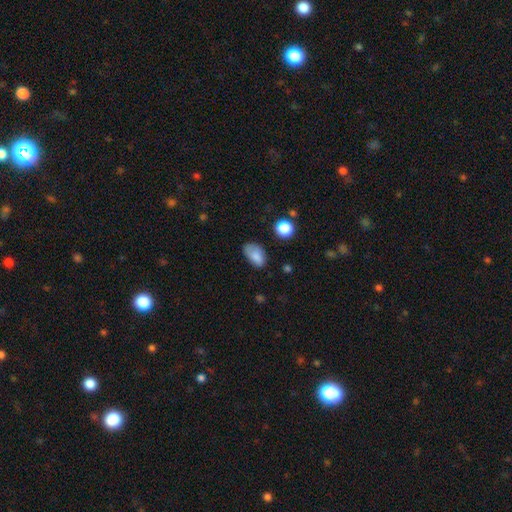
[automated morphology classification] This is clearly a smooth galaxy (82%). How rounded: clearly in between (89%). Merging: possibly none (56%).